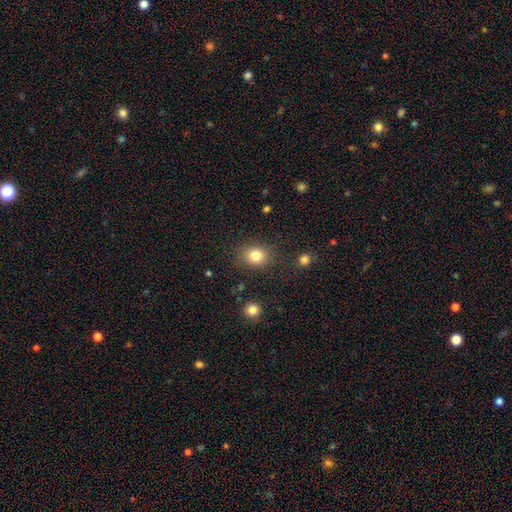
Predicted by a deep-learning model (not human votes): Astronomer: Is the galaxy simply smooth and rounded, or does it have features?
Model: smooth — 82%.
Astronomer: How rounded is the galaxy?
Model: round — 58% (runner-up: in between, 41%).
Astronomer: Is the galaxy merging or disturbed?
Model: none — 84%.